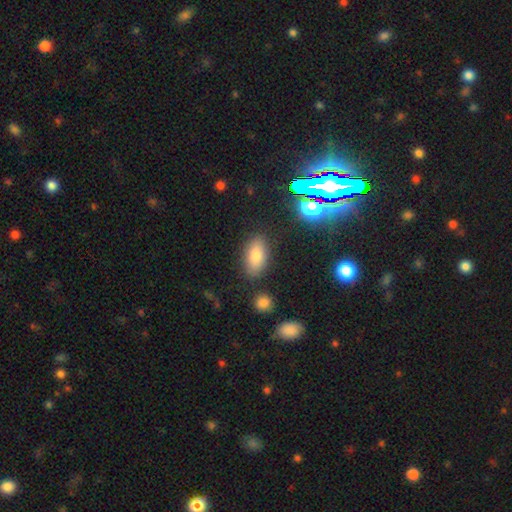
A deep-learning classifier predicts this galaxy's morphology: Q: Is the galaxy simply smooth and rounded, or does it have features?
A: smooth — 78%.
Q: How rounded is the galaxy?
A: in between — 89%.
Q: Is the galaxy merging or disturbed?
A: none — 85%.